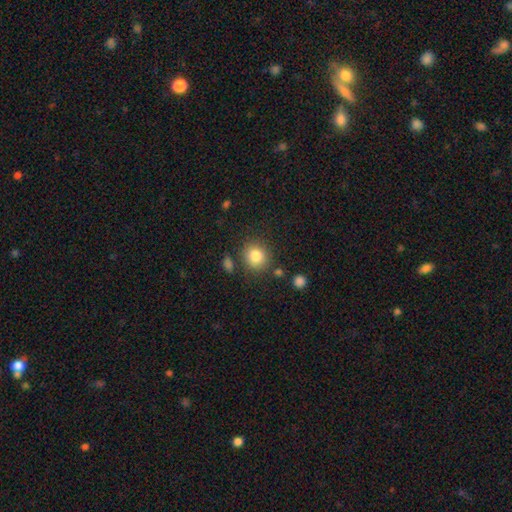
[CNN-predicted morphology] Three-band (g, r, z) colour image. It shows a smooth galaxy with no disk features (83%) that is round (85%). Merging: none (81%).